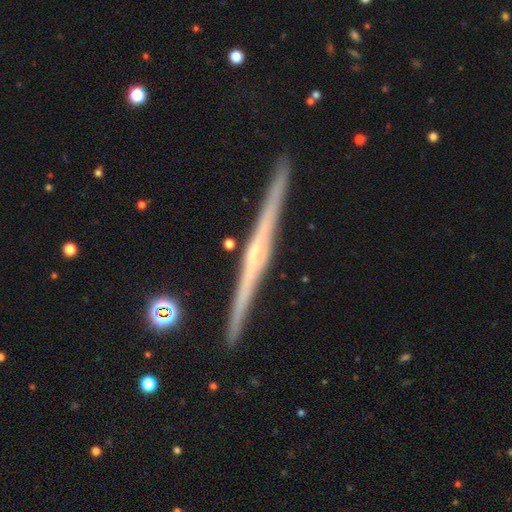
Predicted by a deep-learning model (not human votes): Overall: featured or disk (80%). Edge-on disk: yes (98%). Edge-on bulge: none (53%; rounded 35%). Merging: none (91%).